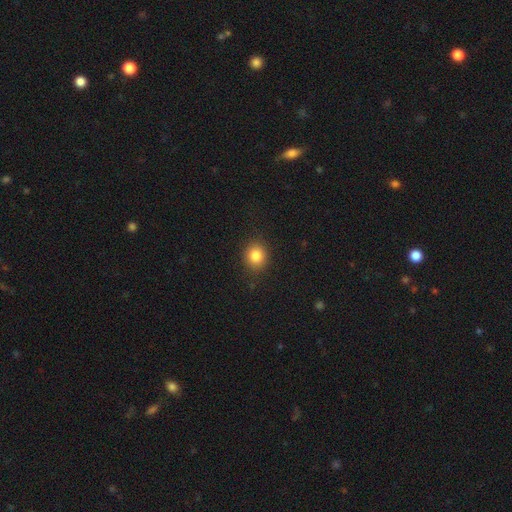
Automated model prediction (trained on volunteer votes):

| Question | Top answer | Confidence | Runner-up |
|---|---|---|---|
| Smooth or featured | smooth | 84% | star or artifact (11%) |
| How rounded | round | 78% | in between (21%) |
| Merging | none | 89% | minor disturbance (8%) |